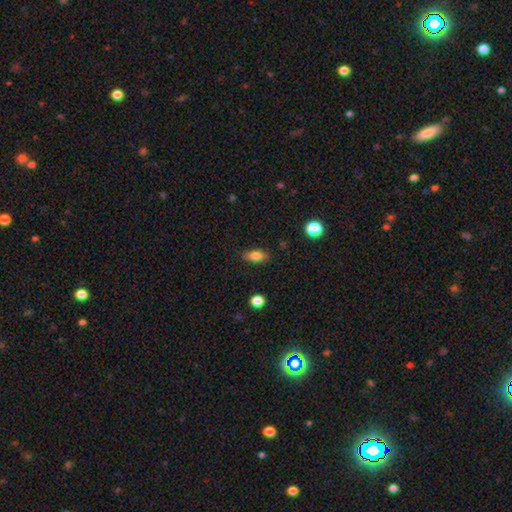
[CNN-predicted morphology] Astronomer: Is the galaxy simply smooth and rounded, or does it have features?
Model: smooth — 81%.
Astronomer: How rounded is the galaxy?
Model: in between — 82%.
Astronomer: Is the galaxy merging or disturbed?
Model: none — 85%.